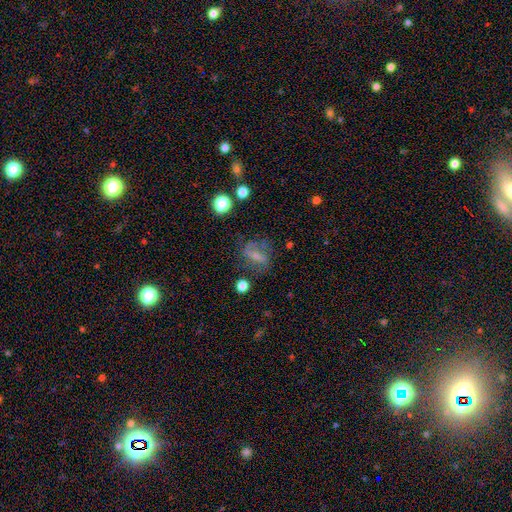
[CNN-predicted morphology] Q: Smooth or featured?
A: featured or disk (43%); runner-up: smooth (42%)
Q: Merging?
A: none (53%); runner-up: minor disturbance (22%)